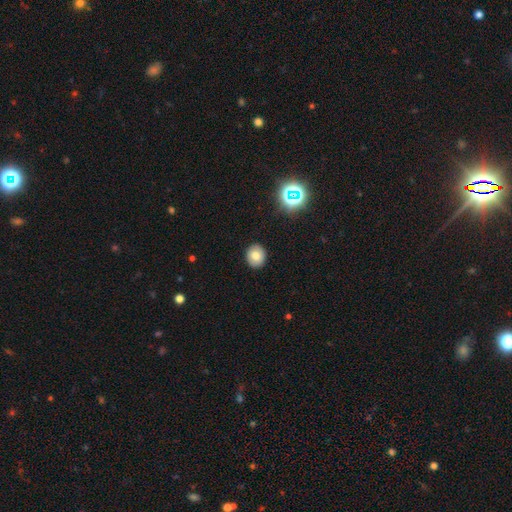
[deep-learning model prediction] Smooth or featured? smooth (74%)
How rounded? round (69%)
Merging? none (90%)